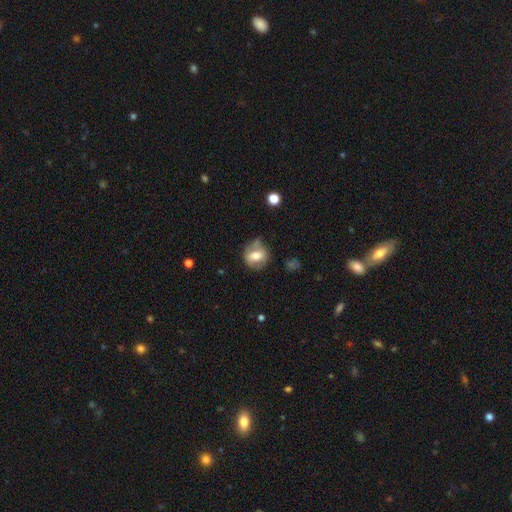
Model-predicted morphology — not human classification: type=smooth (59%); roundness=round (70%); merging=none (63%).